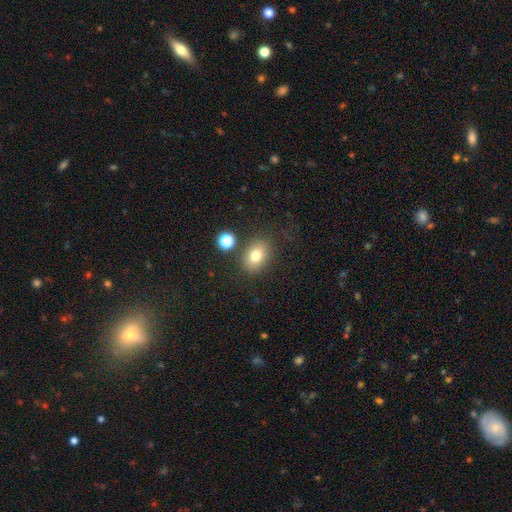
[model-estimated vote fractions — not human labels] smooth_or_featured: smooth (p=0.78) [alt: star or artifact p=0.12]
how_rounded: in between (p=0.63) [alt: round p=0.36]
merging: none (p=0.79) [alt: minor disturbance p=0.11]